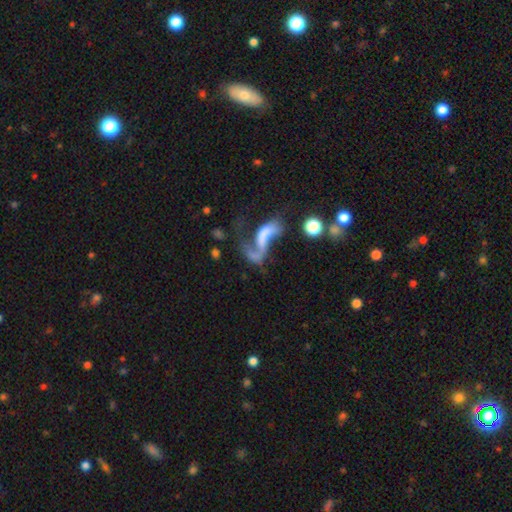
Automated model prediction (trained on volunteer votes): featured or disk 56%, smooth 28%, star or artifact 16%. Down the decision tree: edge-on disk — no (92%); bar — no (61%); spiral arms — yes (56%); bulge size — none (57%); merging — major disturbance (35%).